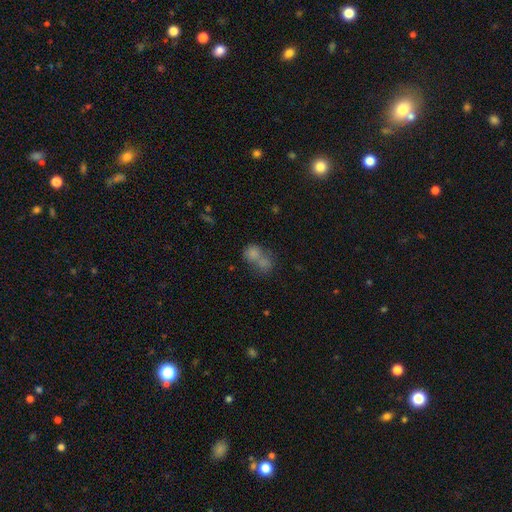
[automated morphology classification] Overall: smooth (73%). How rounded: round (53%; in between 45%). Merging: merger (59%; none 27%).